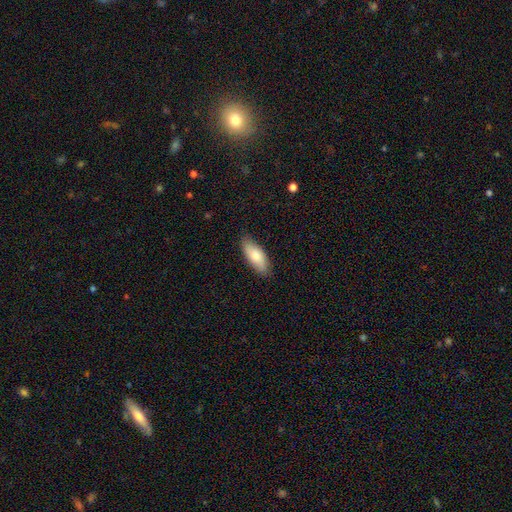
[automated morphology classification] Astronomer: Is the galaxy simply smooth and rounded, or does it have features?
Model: smooth — 79%.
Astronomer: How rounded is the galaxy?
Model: in between — 80%.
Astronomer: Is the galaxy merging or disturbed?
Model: none — 83%.